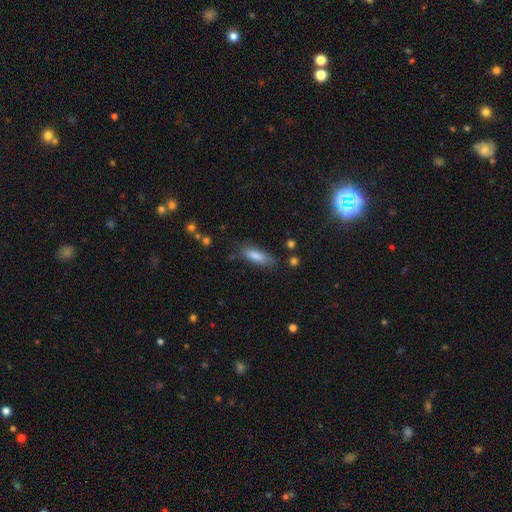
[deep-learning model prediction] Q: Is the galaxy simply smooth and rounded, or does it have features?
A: smooth — 82%.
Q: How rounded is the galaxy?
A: in between — 55%.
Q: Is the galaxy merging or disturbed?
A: none — 75%.